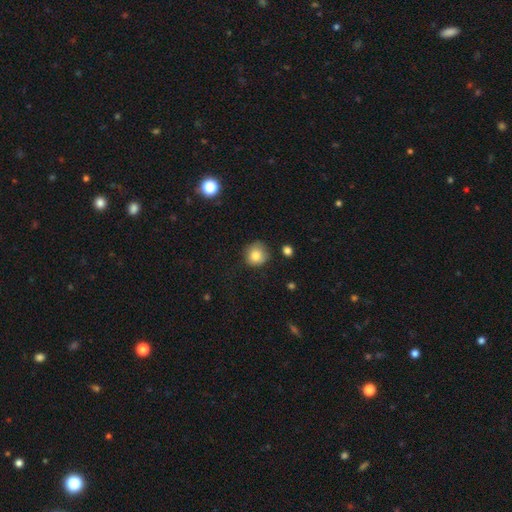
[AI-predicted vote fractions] A smooth galaxy with no disk features (83%) that is round (90%). Merging: none (76%).